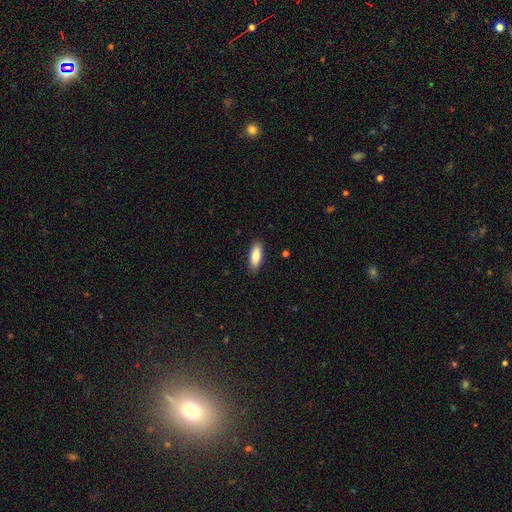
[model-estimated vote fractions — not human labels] A smooth galaxy with no disk features (81%) that is in between round and cigar-shaped (73%). Merging: none (88%).